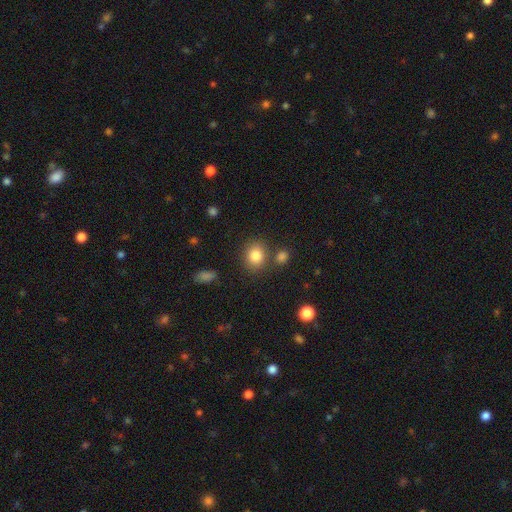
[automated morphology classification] A smooth galaxy with no disk features (84%) that is round (70%).

Vote fractions:
- Smooth or featured? smooth: 84% / star or artifact: 10% / featured or disk: 6%
- How rounded? round: 70% / in between: 29% / cigar-shaped: 1%
- Merging? none: 76% / minor disturbance: 11% / merger: 9% / major disturbance: 4%